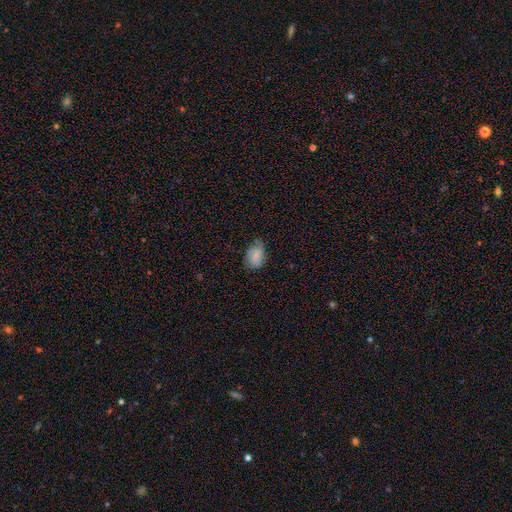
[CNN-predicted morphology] A smooth galaxy with no disk features (70%) that is in between round and cigar-shaped (82%). Merging: none (60%).